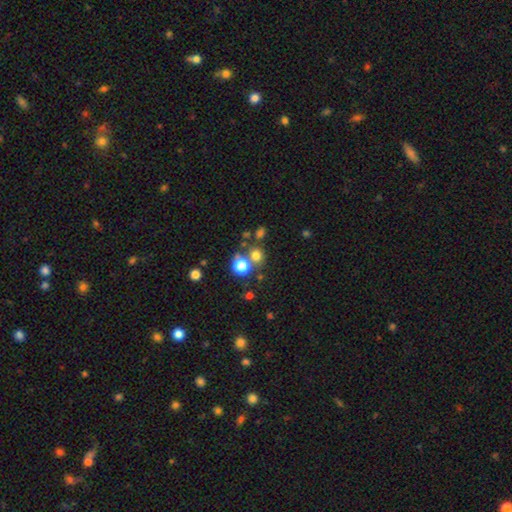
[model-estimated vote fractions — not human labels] Morphology: type=smooth (72%); roundness=round (85%); merging=none (62%).